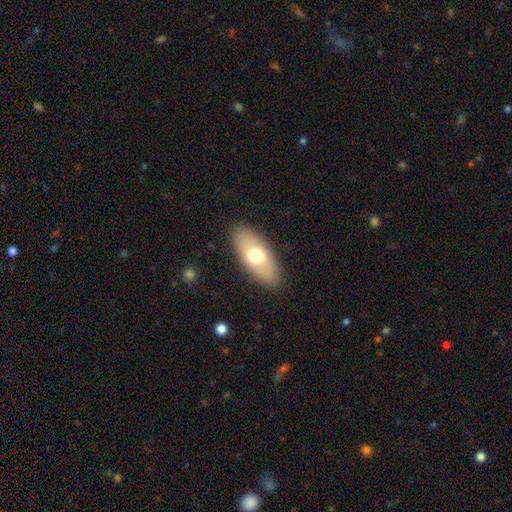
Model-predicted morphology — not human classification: Q: Smooth or featured?
A: smooth (65%); runner-up: featured or disk (29%)
Q: How rounded?
A: in between (87%); runner-up: cigar-shaped (10%)
Q: Merging?
A: none (87%); runner-up: minor disturbance (9%)